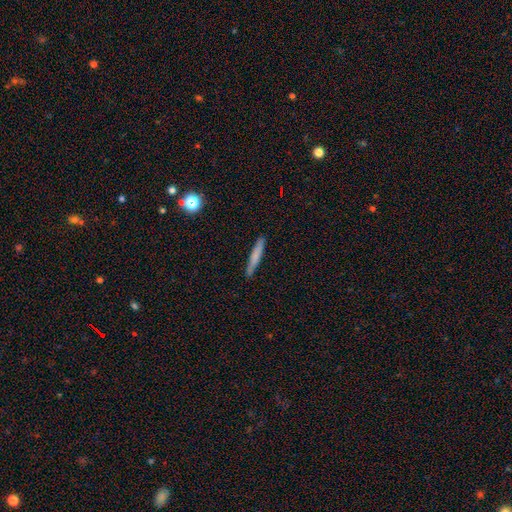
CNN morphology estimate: A smooth galaxy with no disk features (69%) that is cigar-shaped (95%).

Vote fractions:
- Smooth or featured? smooth: 69% / featured or disk: 24% / star or artifact: 7%
- How rounded? cigar-shaped: 95% / in between: 3% / round: 1%
- Merging? none: 88% / minor disturbance: 9% / major disturbance: 2% / merger: 2%